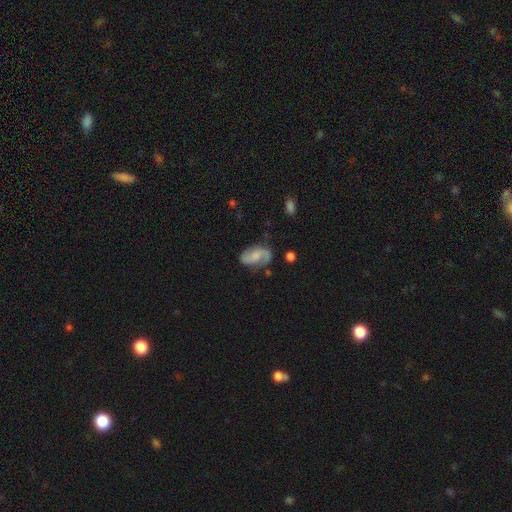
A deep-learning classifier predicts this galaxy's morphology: smooth_or_featured: featured or disk (p=0.69) [alt: smooth p=0.24]
disk_edge_on: no (p=0.97) [alt: yes p=0.03]
bar: no (p=0.52) [alt: weak p=0.39]
has_spiral_arms: yes (p=0.94) [alt: no p=0.06]
spiral_winding: loose (p=0.49) [alt: medium p=0.38]
spiral_arm_count: 2 (p=0.87) [alt: 1 p=0.05]
bulge_size: none (p=0.37) [alt: small p=0.27]
merging: none (p=0.68) [alt: minor disturbance p=0.21]